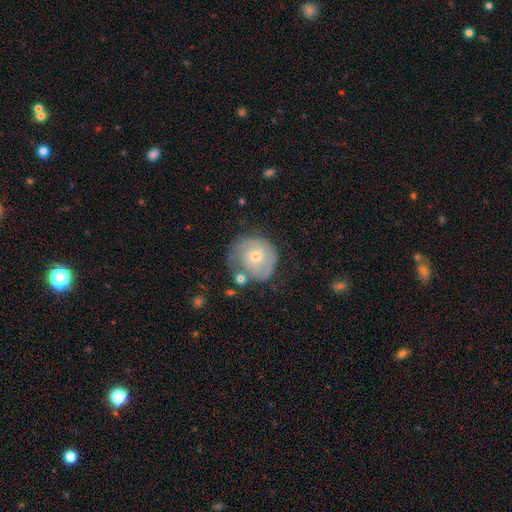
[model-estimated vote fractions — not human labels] Smooth or featured: featured or disk — 47% (smooth — 46%)
Merging: none — 56% (minor disturbance — 25%)